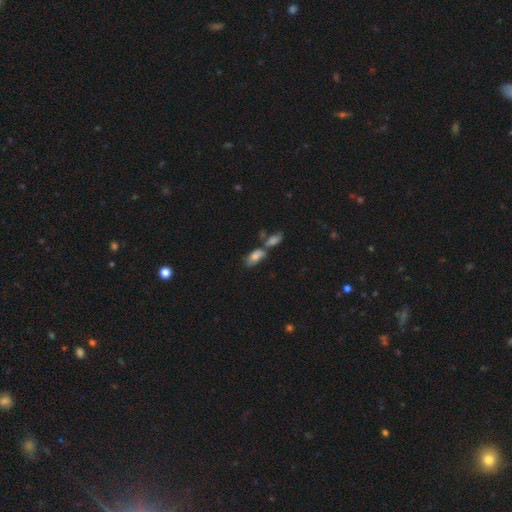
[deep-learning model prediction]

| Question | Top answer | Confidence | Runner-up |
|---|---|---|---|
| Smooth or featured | smooth | 69% | featured or disk (19%) |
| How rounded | in between | 88% | cigar-shaped (7%) |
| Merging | merger | 46% | none (34%) |